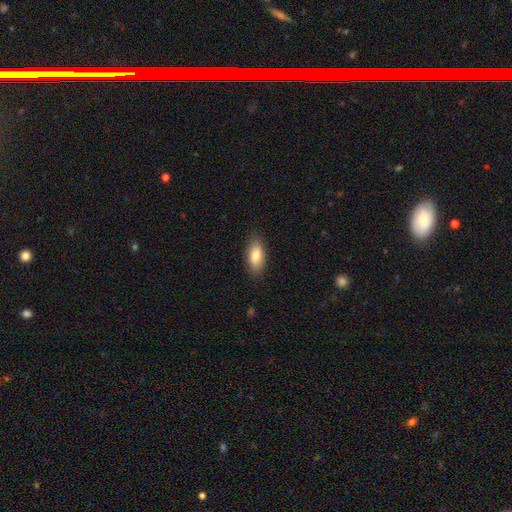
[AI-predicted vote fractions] Smooth or featured: smooth — 82% (featured or disk — 12%)
How rounded: in between — 84% (cigar-shaped — 13%)
Merging: none — 85% (minor disturbance — 11%)